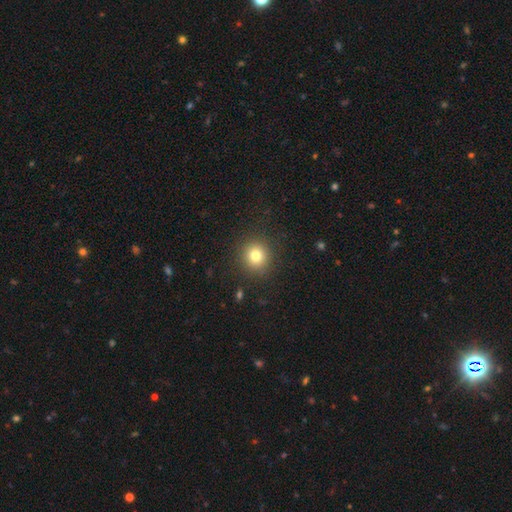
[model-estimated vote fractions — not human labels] Overall: smooth (79%). How rounded: round (92%). Merging: none (90%).